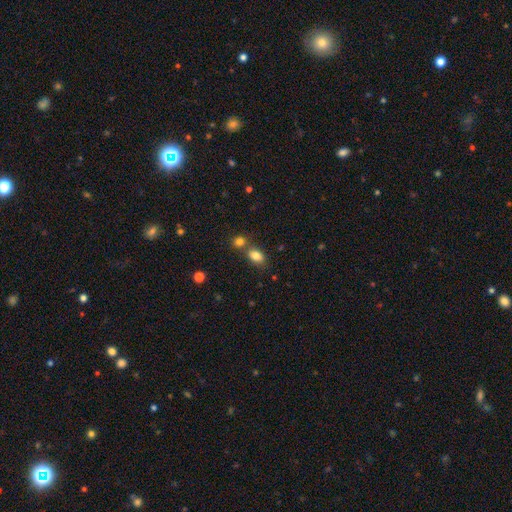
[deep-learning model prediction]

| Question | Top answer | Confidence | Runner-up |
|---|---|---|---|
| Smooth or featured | smooth | 83% | star or artifact (10%) |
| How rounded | in between | 81% | round (17%) |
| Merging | none | 57% | merger (28%) |